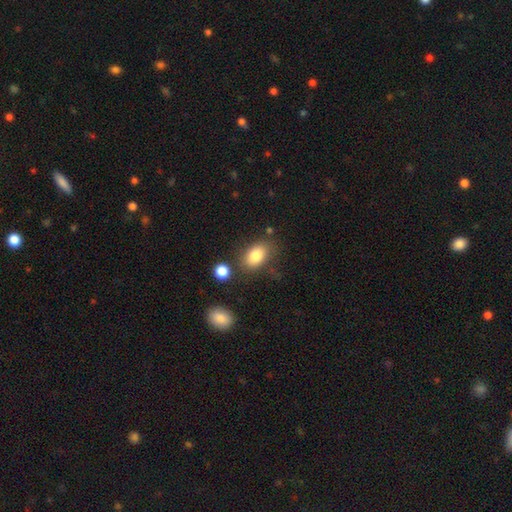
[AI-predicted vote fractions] A smooth galaxy with no disk features (82%) that is in between round and cigar-shaped (87%).

Vote fractions:
- Smooth or featured? smooth: 82% / featured or disk: 10% / star or artifact: 8%
- How rounded? in between: 87% / round: 11% / cigar-shaped: 2%
- Merging? none: 73% / minor disturbance: 15% / merger: 7% / major disturbance: 5%